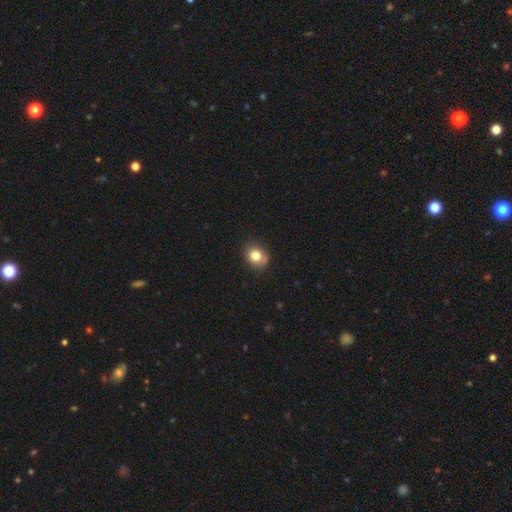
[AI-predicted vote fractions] smooth-or-featured: smooth: 79% | star or artifact: 11% | featured or disk: 10%
  how-rounded: round: 70% | in between: 29% | cigar-shaped: 1%
  merging: none: 76% | minor disturbance: 18% | major disturbance: 4% | merger: 2%